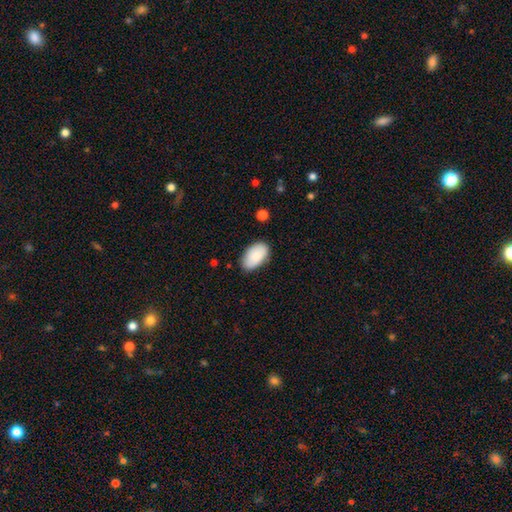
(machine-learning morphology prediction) Overall: smooth (86%). How rounded: in between (95%). Merging: none (80%).